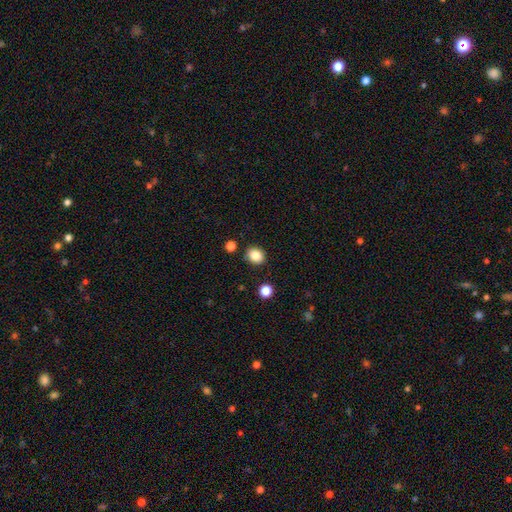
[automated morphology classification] smooth 84%, star or artifact 11%, featured or disk 5%. Down the decision tree: how rounded — round (66%); merging — none (86%).